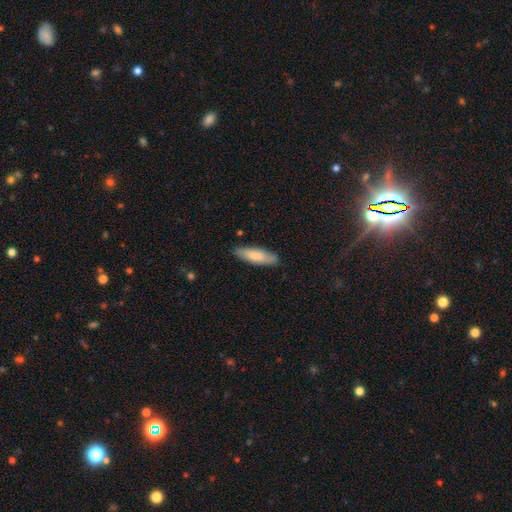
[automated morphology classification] A smooth galaxy with no disk features (75%) that is cigar-shaped (55%). Merging: none (84%).